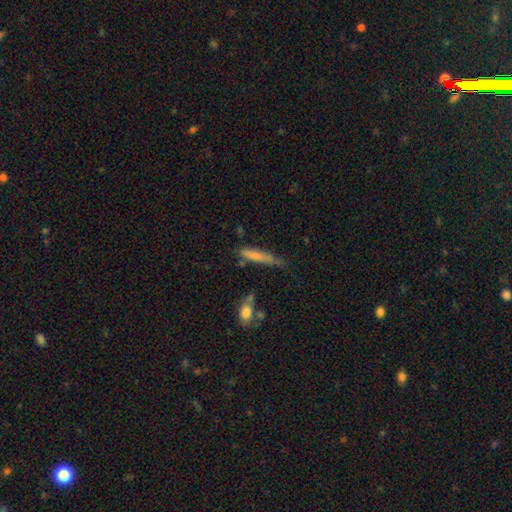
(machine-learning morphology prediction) type=smooth (68%); roundness=cigar-shaped (87%); merging=none (56%).